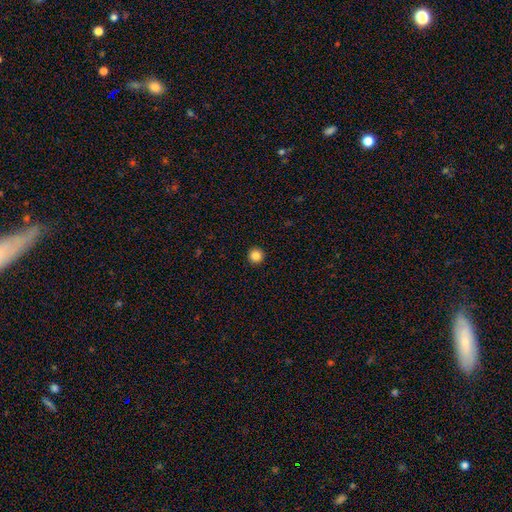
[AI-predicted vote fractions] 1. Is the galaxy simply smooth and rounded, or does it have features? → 85% smooth, 11% star or artifact, 4% featured or disk.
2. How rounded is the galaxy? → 96% round, 3% in between, 1% cigar-shaped.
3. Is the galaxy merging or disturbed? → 94% none, 4% minor disturbance, 1% major disturbance, 1% merger.